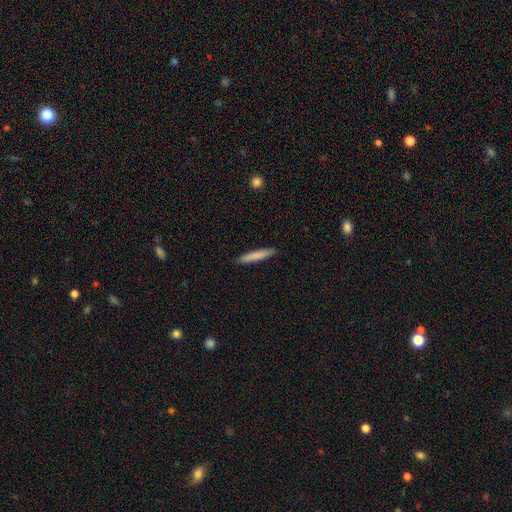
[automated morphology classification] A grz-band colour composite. It shows a smooth galaxy with no disk features (80%) that is cigar-shaped (93%). Merging: none (90%).